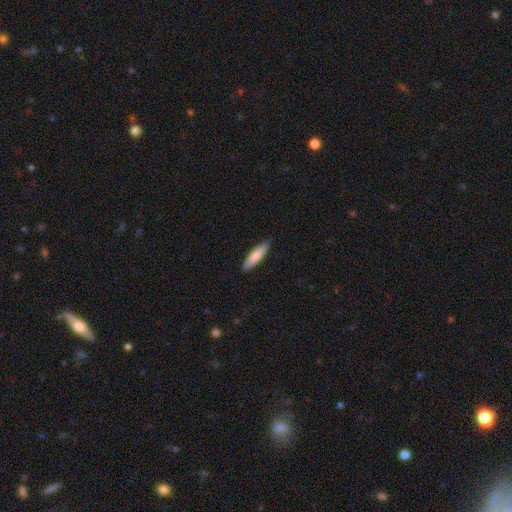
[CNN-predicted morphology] Overall: smooth (81%). How rounded: cigar-shaped (70%). Merging: none (87%).